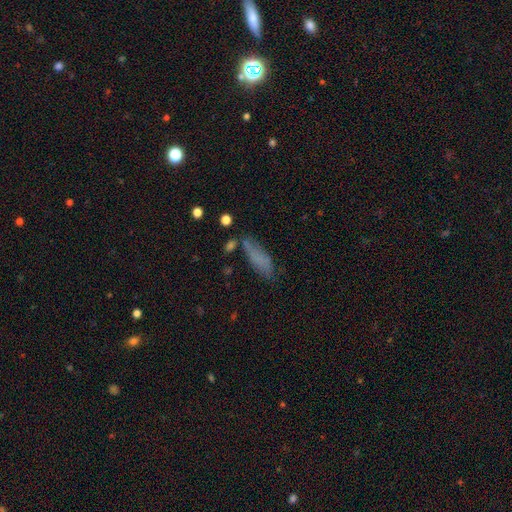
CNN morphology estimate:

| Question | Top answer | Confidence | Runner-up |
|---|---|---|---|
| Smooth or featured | smooth | 70% | featured or disk (17%) |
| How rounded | in between | 50% | cigar-shaped (47%) |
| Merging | none | 58% | minor disturbance (24%) |